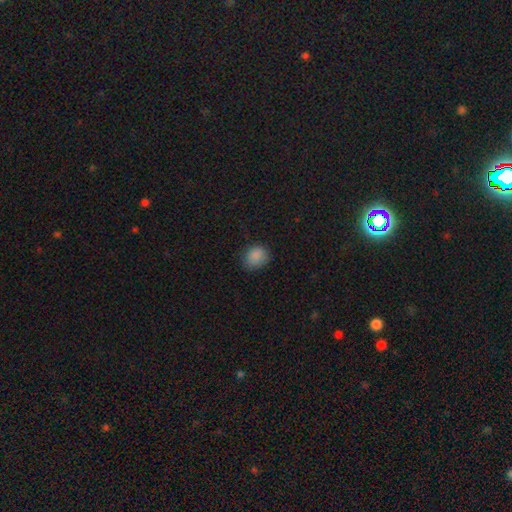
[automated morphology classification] A smooth galaxy with no disk features (87%) that is round (57%). Merging: none (75%).